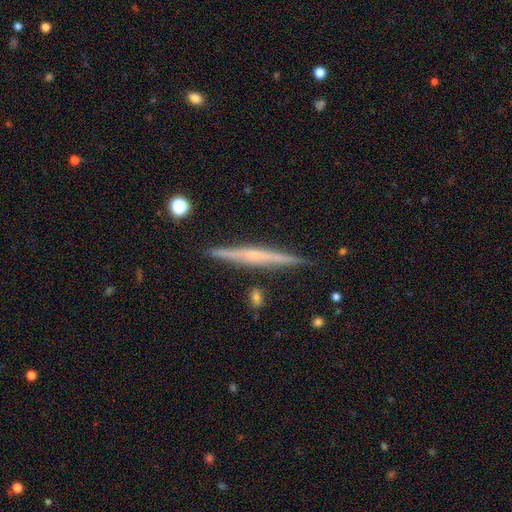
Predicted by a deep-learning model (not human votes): Morphology: type=featured or disk (68%); edge-on=yes (98%); edge-on bulge=none (49%); merging=none (89%).